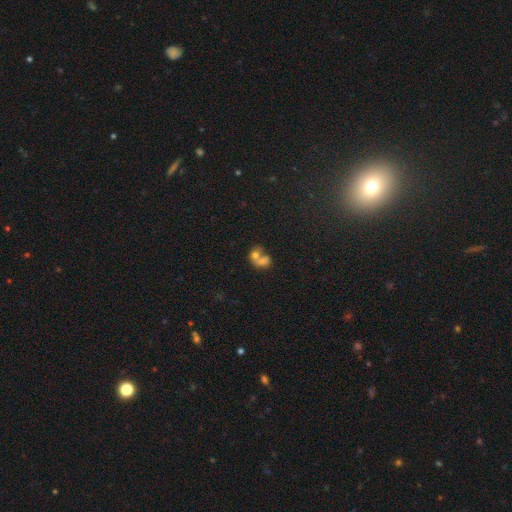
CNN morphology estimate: smooth-or-featured: smooth: 62% | featured or disk: 25% | star or artifact: 13%
  how-rounded: in between: 53% | round: 45% | cigar-shaped: 2%
  merging: merger: 70% | none: 17% | major disturbance: 7% | minor disturbance: 6%